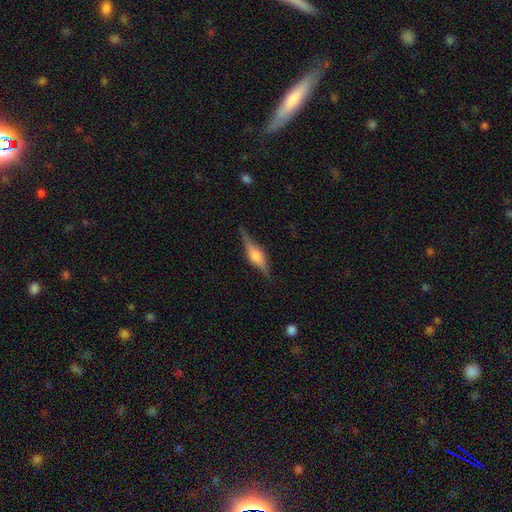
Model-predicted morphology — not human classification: Q: Smooth or featured?
A: featured or disk (72%); runner-up: smooth (21%)
Q: Edge-on disk?
A: yes (97%); runner-up: no (3%)
Q: Edge-on bulge?
A: rounded (85%); runner-up: boxy (13%)
Q: Merging?
A: none (84%); runner-up: minor disturbance (12%)